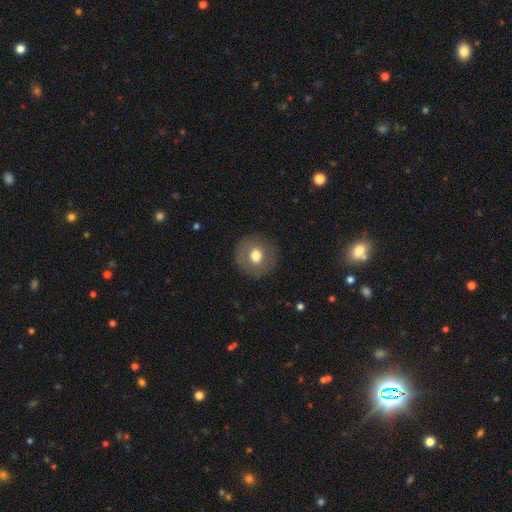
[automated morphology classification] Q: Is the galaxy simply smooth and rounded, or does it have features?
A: smooth — 68%.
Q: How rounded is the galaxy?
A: round — 87%.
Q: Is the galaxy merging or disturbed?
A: none — 87%.